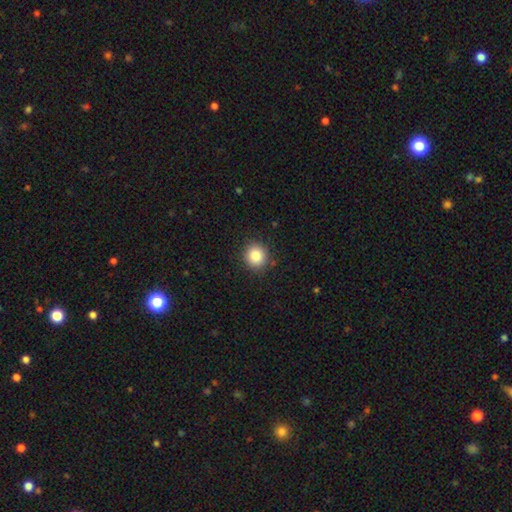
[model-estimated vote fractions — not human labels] smooth-or-featured: smooth: 85% | star or artifact: 10% | featured or disk: 5%
  how-rounded: round: 88% | in between: 11% | cigar-shaped: 1%
  merging: none: 89% | minor disturbance: 7% | major disturbance: 2% | merger: 1%